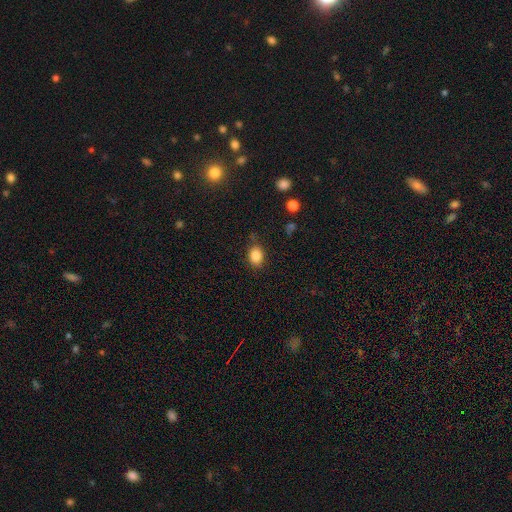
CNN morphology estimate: Overall: smooth (86%). How rounded: in between (63%; round 36%). Merging: none (80%).